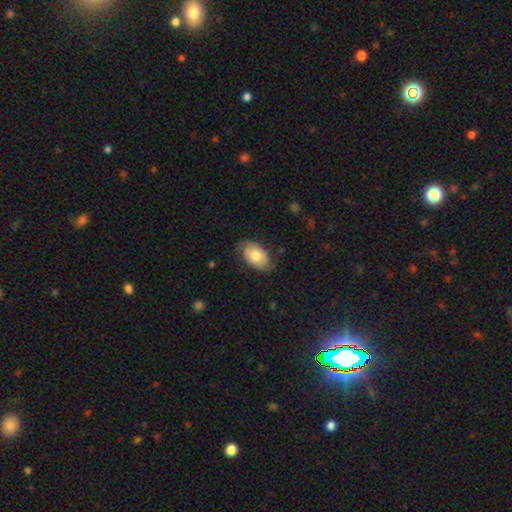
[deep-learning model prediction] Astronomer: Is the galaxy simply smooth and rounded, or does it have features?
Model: smooth — 74%.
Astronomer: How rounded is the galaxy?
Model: in between — 92%.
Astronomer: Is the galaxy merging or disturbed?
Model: none — 76%.